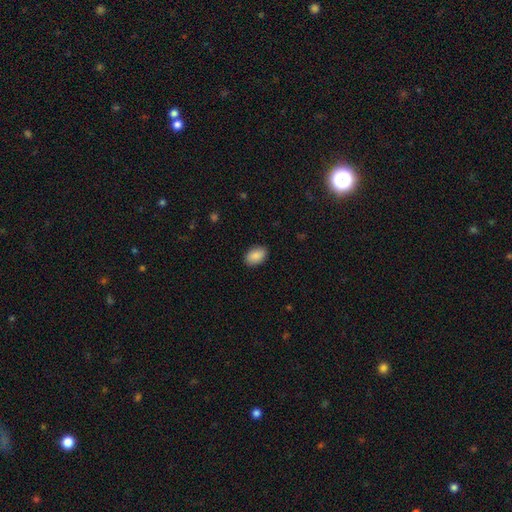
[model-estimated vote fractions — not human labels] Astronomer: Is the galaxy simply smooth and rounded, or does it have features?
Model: smooth — 89%.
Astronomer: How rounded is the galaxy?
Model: in between — 90%.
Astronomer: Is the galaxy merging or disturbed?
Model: none — 89%.